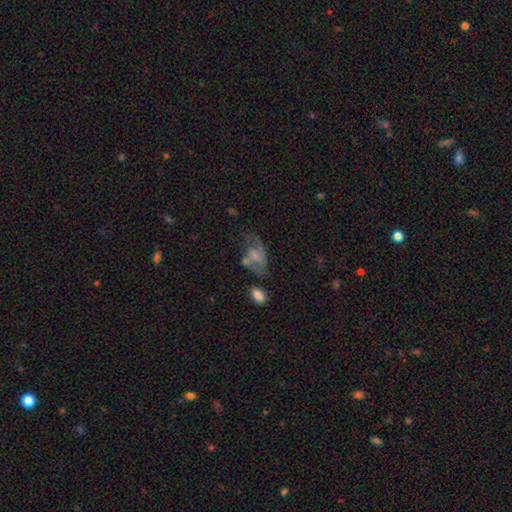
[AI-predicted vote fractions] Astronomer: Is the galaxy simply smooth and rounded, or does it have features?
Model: featured or disk — 56% (runner-up: smooth, 34%).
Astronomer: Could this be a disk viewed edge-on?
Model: no — 97%.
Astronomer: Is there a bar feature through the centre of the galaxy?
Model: no — 53% (runner-up: weak, 38%).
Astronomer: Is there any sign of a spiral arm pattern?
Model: yes — 77%.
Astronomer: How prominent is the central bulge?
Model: none — 38% (runner-up: small, 34%).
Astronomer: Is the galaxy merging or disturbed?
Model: none — 34% (runner-up: major disturbance, 29%).